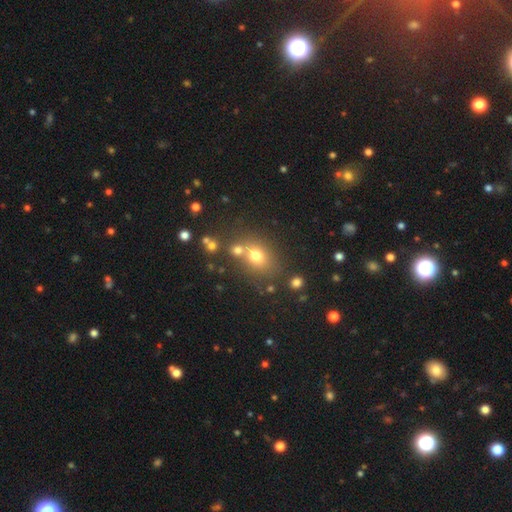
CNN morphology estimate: smooth_or_featured: smooth (p=0.71) [alt: star or artifact p=0.16]
how_rounded: in between (p=0.51) [alt: round p=0.48]
merging: none (p=0.57) [alt: merger p=0.25]